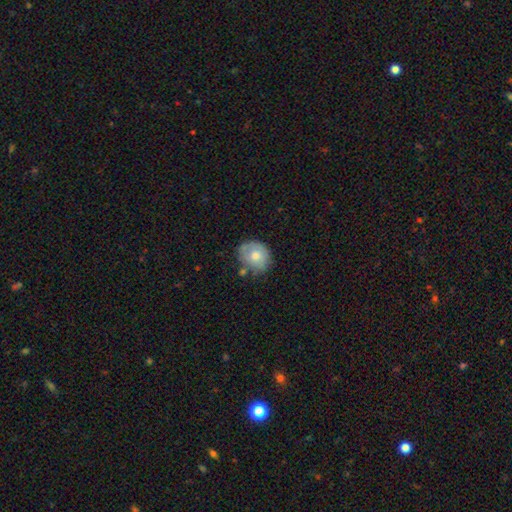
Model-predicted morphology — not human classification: This is likely a smooth galaxy (67%). How rounded: likely round (70%). Merging: possibly none (59%).